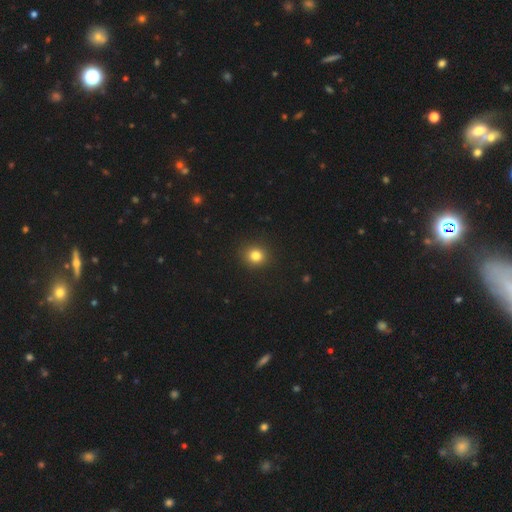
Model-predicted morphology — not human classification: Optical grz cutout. It shows a smooth galaxy with no disk features (82%) that is round (84%). Merging: none (92%).